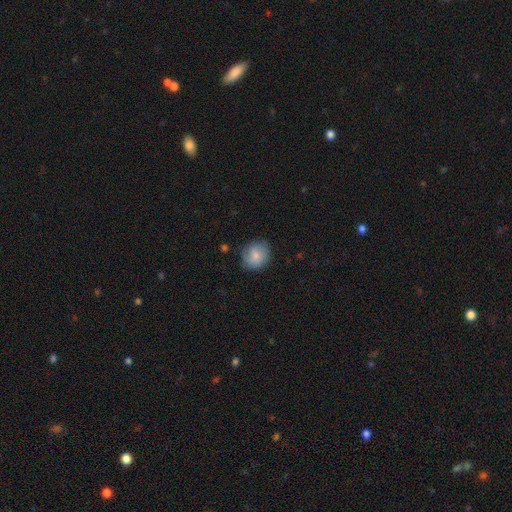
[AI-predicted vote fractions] A smooth galaxy with no disk features (80%) that is round (78%).

Vote fractions:
- Smooth or featured? smooth: 80% / featured or disk: 13% / star or artifact: 8%
- How rounded? round: 78% / in between: 22% / cigar-shaped: 1%
- Merging? none: 74% / minor disturbance: 19% / major disturbance: 5% / merger: 2%